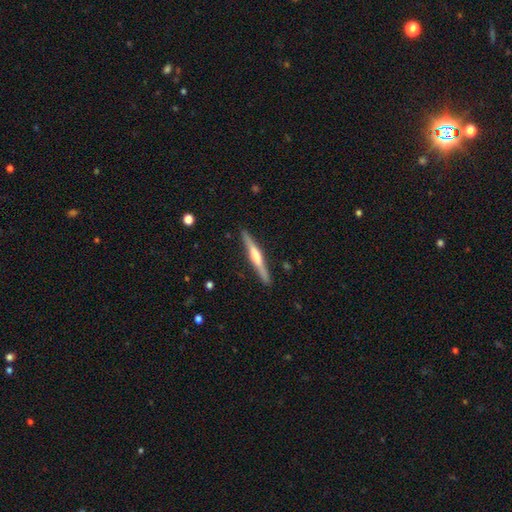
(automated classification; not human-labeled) Smooth or featured: featured or disk — 65% (smooth — 29%)
Edge-on disk: yes — 98% (no — 2%)
Edge-on bulge: rounded — 66% (boxy — 20%)
Merging: none — 90% (minor disturbance — 8%)